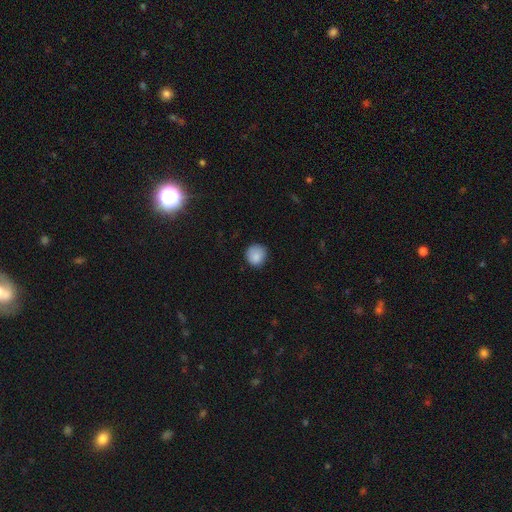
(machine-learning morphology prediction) Smooth or featured: smooth — 86% (star or artifact — 8%)
How rounded: round — 91% (in between — 8%)
Merging: none — 78% (minor disturbance — 17%)